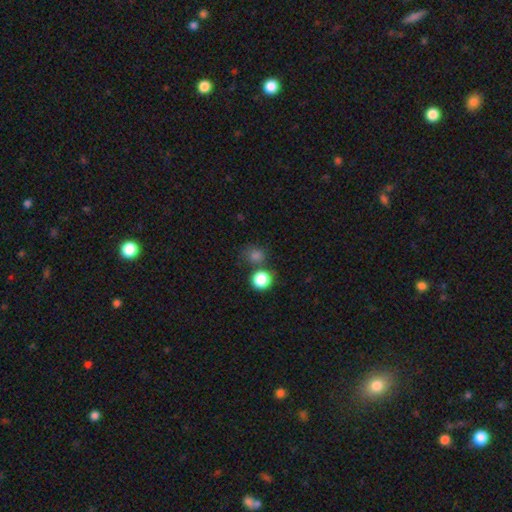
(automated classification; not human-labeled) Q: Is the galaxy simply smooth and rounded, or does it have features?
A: smooth — 77%.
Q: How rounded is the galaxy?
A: round — 81%.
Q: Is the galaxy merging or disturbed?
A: none — 63%.